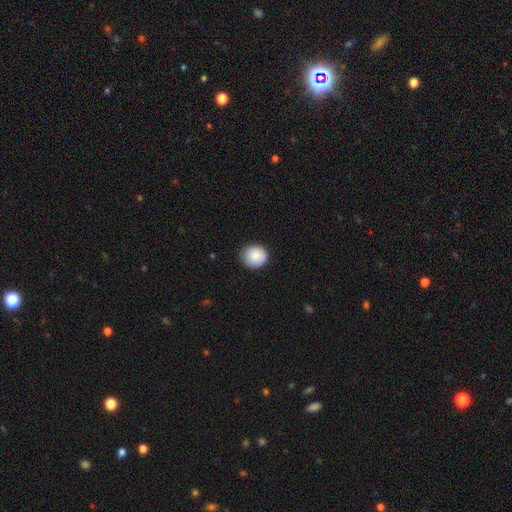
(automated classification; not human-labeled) Morphology: type=smooth (88%); roundness=round (82%); merging=none (86%).